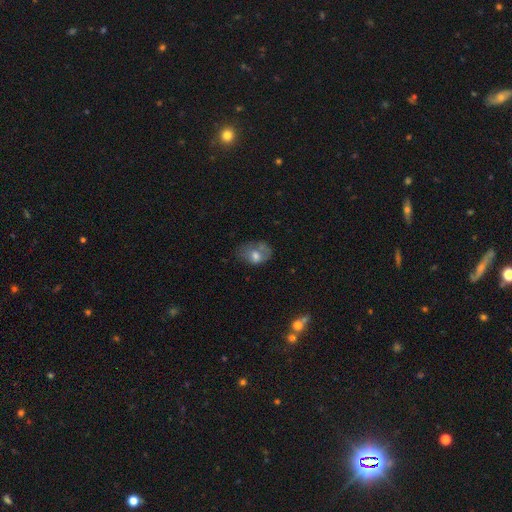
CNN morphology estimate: Smooth or featured? smooth (63%)
How rounded? in between (74%)
Merging? none (33%, tied with minor disturbance)